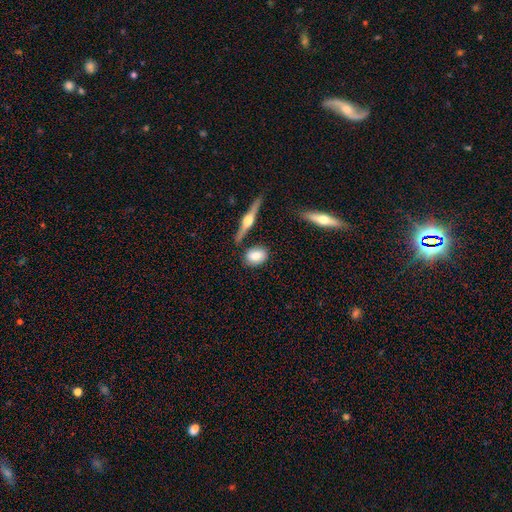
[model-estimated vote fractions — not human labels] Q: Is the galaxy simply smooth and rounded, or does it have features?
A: smooth — 73%.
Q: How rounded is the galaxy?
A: in between — 68%.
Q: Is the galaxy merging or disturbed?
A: none — 76%.